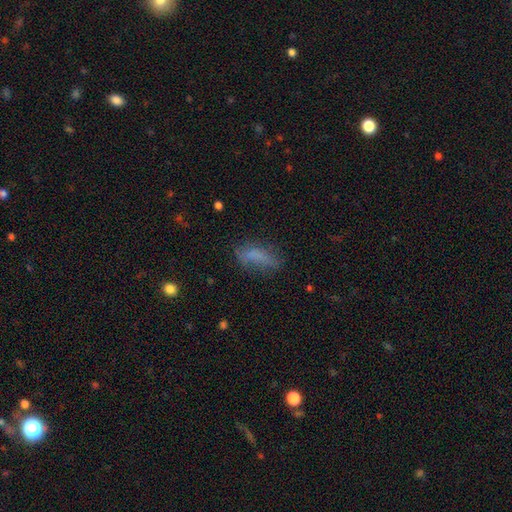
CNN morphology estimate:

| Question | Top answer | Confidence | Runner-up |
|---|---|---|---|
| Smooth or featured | smooth | 67% | featured or disk (20%) |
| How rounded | in between | 68% | cigar-shaped (28%) |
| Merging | none | 54% | minor disturbance (27%) |